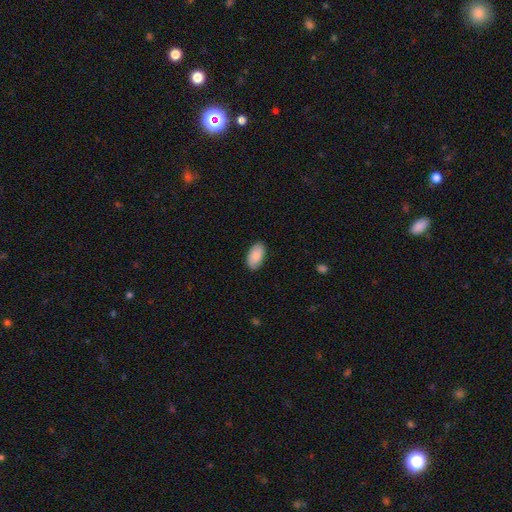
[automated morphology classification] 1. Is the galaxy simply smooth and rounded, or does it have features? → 88% smooth, 6% star or artifact, 6% featured or disk.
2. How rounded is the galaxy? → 95% in between, 3% round, 2% cigar-shaped.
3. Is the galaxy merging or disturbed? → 87% none, 10% minor disturbance, 2% major disturbance, 1% merger.